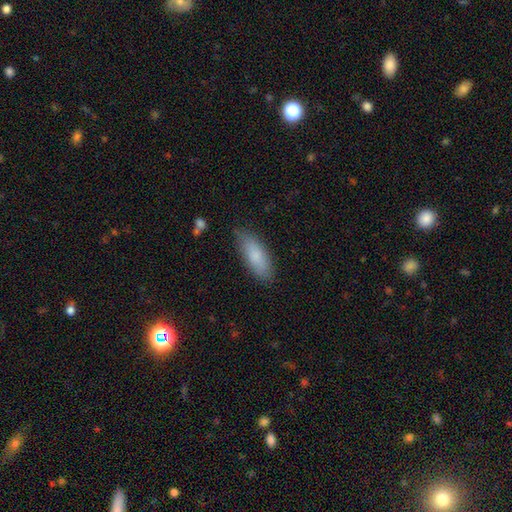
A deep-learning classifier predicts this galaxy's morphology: smooth_or_featured: smooth (p=0.83) [alt: featured or disk p=0.11]
how_rounded: in between (p=0.70) [alt: cigar-shaped p=0.28]
merging: none (p=0.81) [alt: minor disturbance p=0.15]